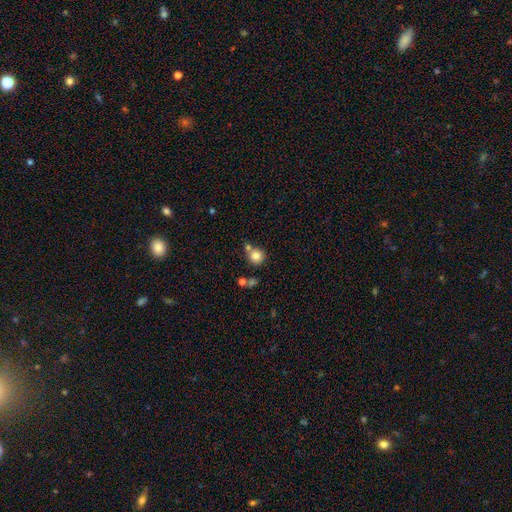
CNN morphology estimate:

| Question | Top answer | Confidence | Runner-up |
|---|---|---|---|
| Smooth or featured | smooth | 81% | star or artifact (11%) |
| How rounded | round | 91% | in between (8%) |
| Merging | none | 64% | merger (22%) |